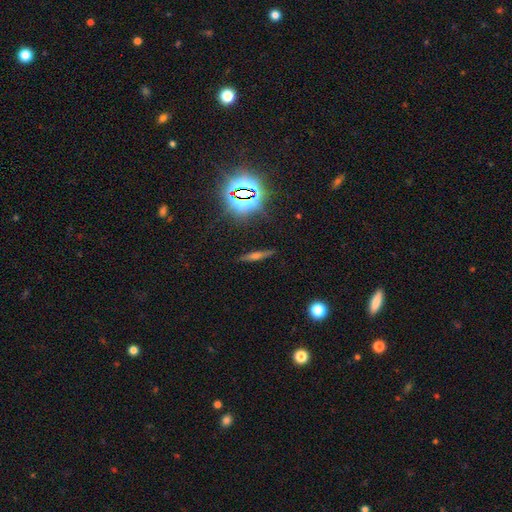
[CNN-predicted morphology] type=featured or disk (44%); merging=none (88%).